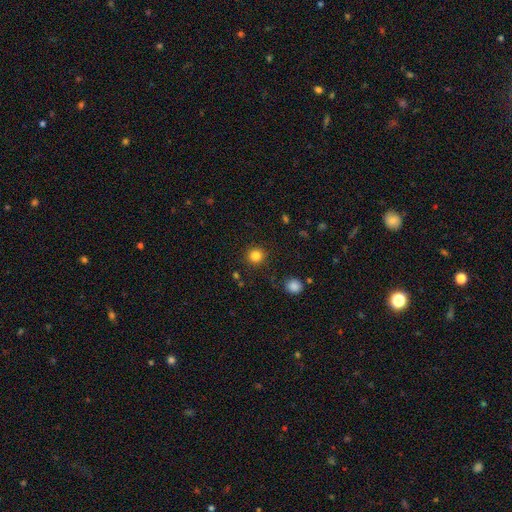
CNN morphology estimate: This is clearly a smooth galaxy (84%). How rounded: clearly round (93%). Merging: clearly none (90%).